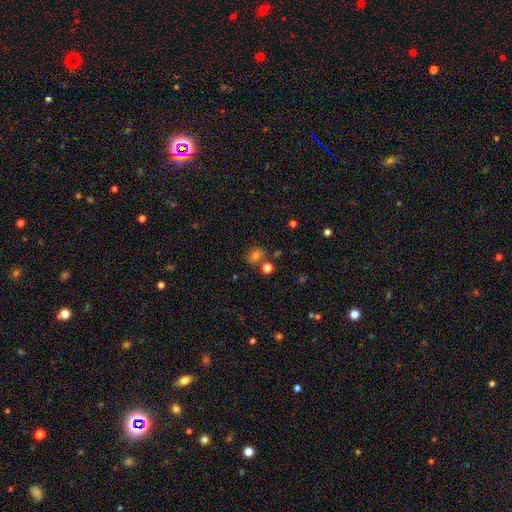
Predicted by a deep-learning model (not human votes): Morphology: type=smooth (70%); roundness=round (61%); merging=none (71%).